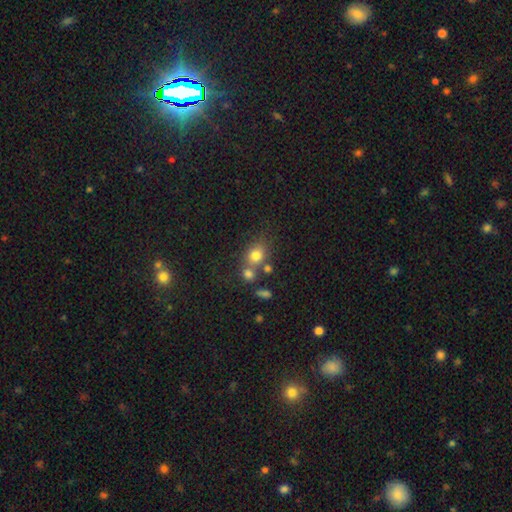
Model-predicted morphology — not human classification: Q: Smooth or featured?
A: smooth (76%); runner-up: star or artifact (13%)
Q: How rounded?
A: round (65%); runner-up: in between (34%)
Q: Merging?
A: none (52%); runner-up: merger (30%)